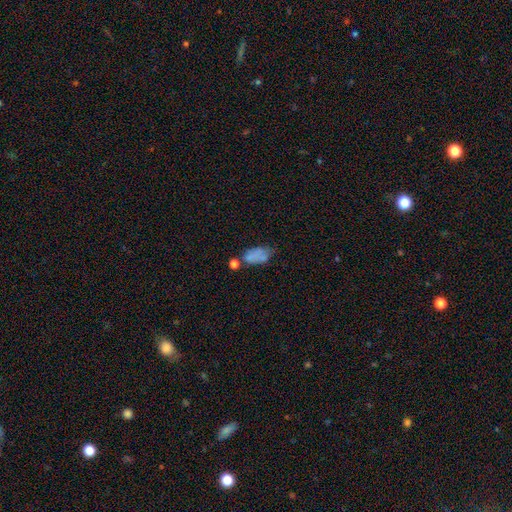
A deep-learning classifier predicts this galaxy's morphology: A smooth galaxy with no disk features (70%) that is in between round and cigar-shaped (89%). Merging: none (38%).